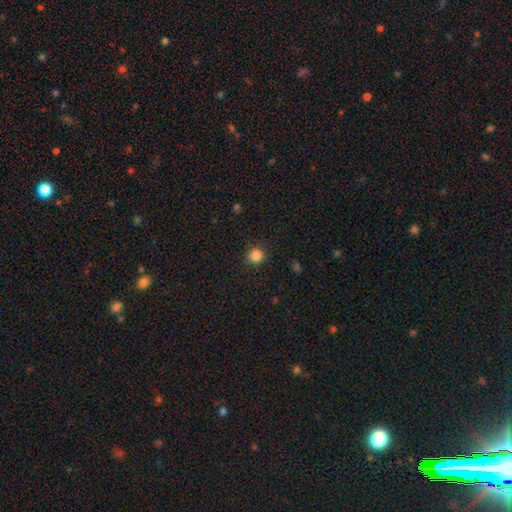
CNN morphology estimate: Overall: smooth (84%). How rounded: round (86%). Merging: none (87%).